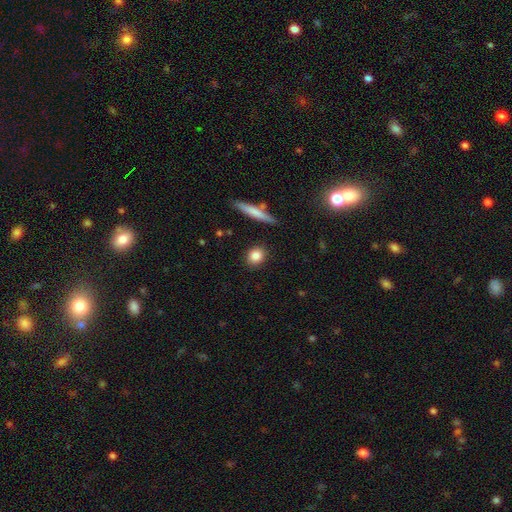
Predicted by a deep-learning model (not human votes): A smooth galaxy with no disk features (84%) that is round (63%).

Vote fractions:
- Smooth or featured? smooth: 84% / featured or disk: 8% / star or artifact: 8%
- How rounded? round: 63% / in between: 31% / cigar-shaped: 5%
- Merging? none: 88% / minor disturbance: 8% / merger: 2% / major disturbance: 2%